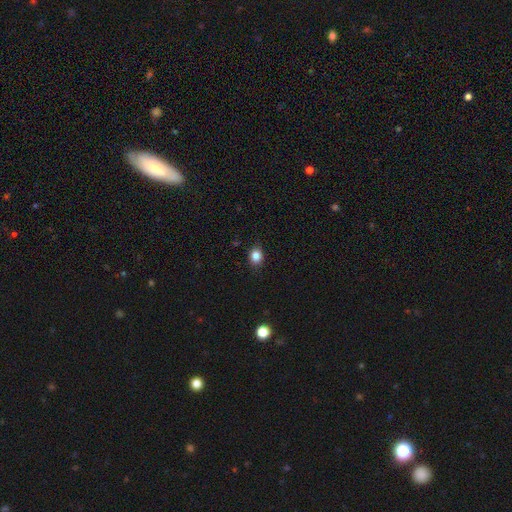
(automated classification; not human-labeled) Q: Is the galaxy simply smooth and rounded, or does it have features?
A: smooth — 84%.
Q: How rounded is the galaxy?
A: round — 58%.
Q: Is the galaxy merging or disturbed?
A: none — 87%.